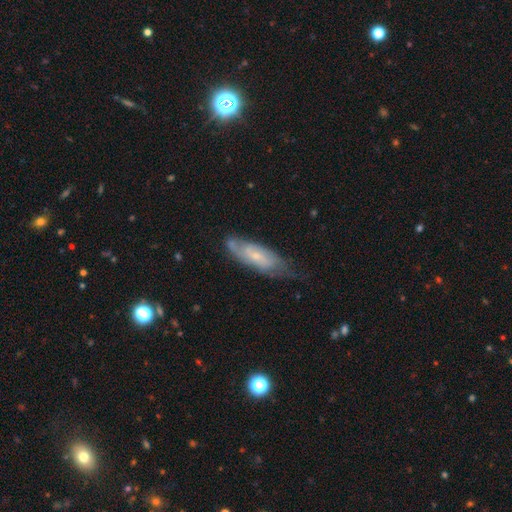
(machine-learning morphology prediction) This is likely a featured or disk galaxy (63%). It is likely not viewed edge-on (80%). Merging: possibly none (59%).